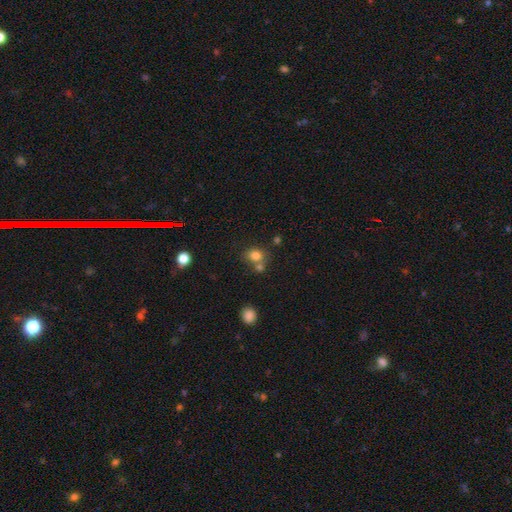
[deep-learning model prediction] smooth_or_featured: smooth (p=0.79) [alt: star or artifact p=0.13]
how_rounded: round (p=0.68) [alt: in between p=0.31]
merging: none (p=0.54) [alt: merger p=0.32]